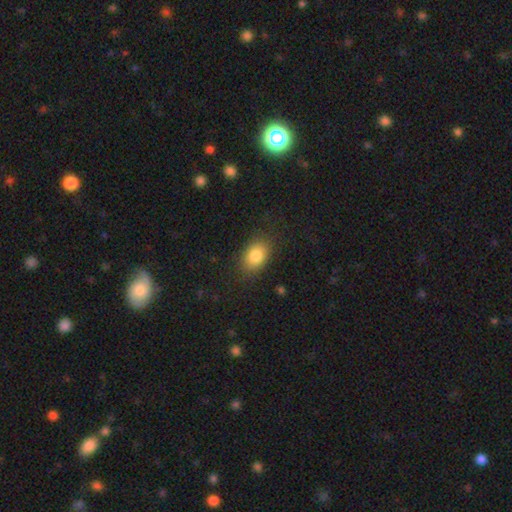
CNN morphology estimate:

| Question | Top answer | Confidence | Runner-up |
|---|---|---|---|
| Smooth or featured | smooth | 83% | star or artifact (9%) |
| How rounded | in between | 79% | round (19%) |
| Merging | none | 82% | minor disturbance (12%) |